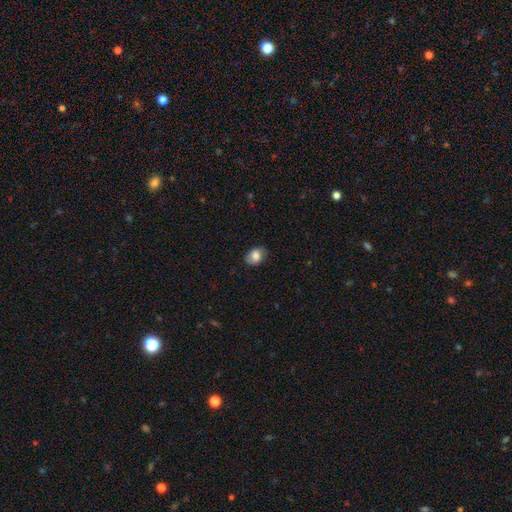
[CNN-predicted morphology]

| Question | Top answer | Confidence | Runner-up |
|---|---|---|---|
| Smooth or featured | smooth | 79% | featured or disk (13%) |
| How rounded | in between | 73% | round (26%) |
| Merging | none | 78% | minor disturbance (17%) |